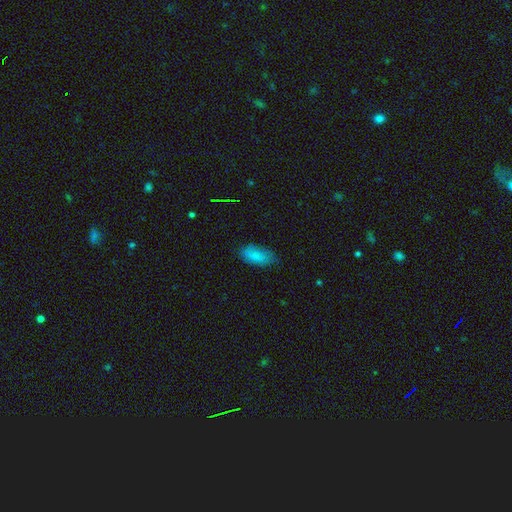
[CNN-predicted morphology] Q: Smooth or featured?
A: smooth (84%); runner-up: featured or disk (8%)
Q: How rounded?
A: in between (88%); runner-up: cigar-shaped (10%)
Q: Merging?
A: none (68%); runner-up: minor disturbance (25%)